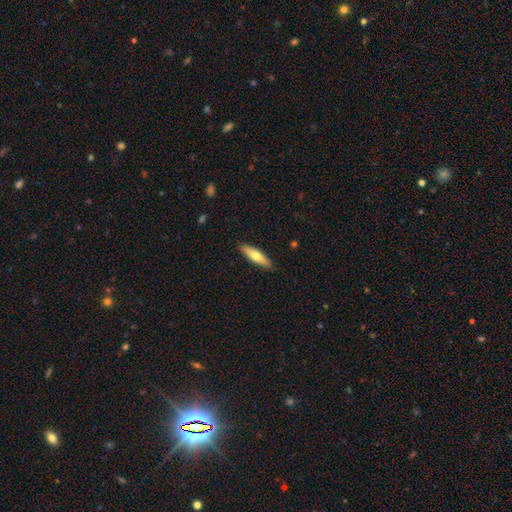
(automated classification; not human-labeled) Smooth or featured: smooth — 65% (featured or disk — 30%)
How rounded: cigar-shaped — 64% (in between — 35%)
Merging: none — 89% (minor disturbance — 8%)